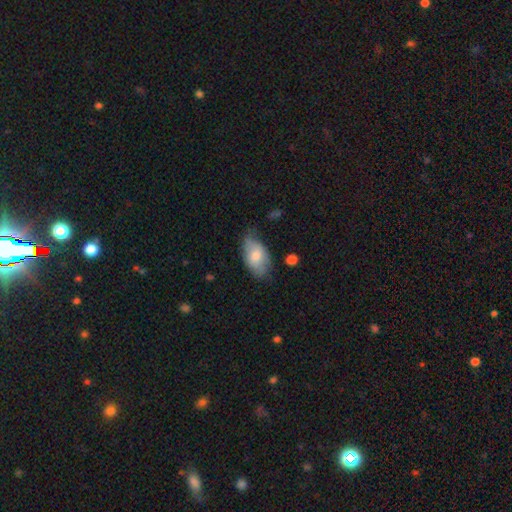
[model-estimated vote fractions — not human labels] Q: Smooth or featured?
A: smooth (69%); runner-up: featured or disk (24%)
Q: How rounded?
A: in between (92%); runner-up: round (6%)
Q: Merging?
A: none (54%); runner-up: minor disturbance (35%)